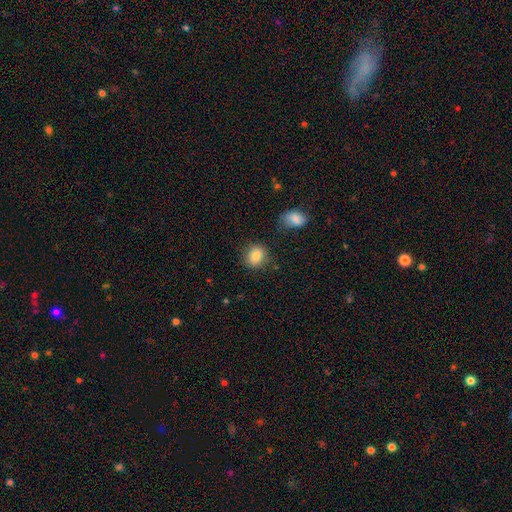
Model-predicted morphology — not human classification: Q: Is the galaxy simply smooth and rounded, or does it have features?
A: smooth — 84%.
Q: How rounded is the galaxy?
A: round — 67%.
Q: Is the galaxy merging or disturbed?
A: none — 79%.